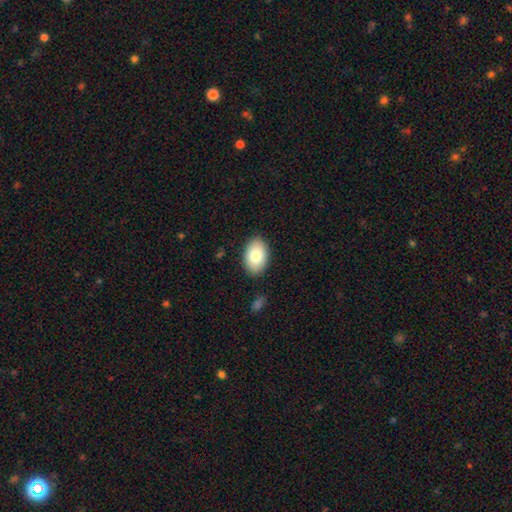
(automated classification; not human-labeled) Overall: smooth (80%). How rounded: in between (90%). Merging: none (87%).